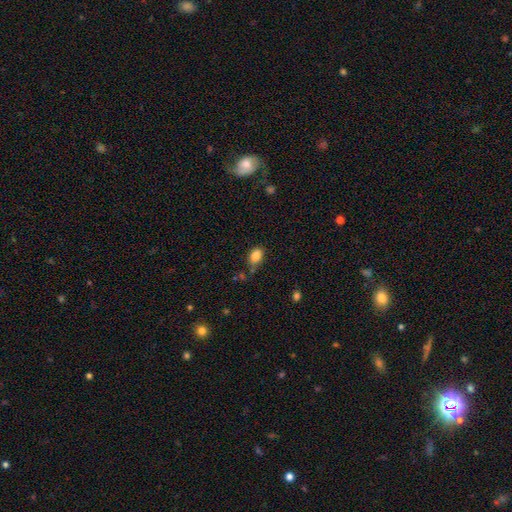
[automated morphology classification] type=smooth (85%); roundness=in between (75%); merging=none (65%).